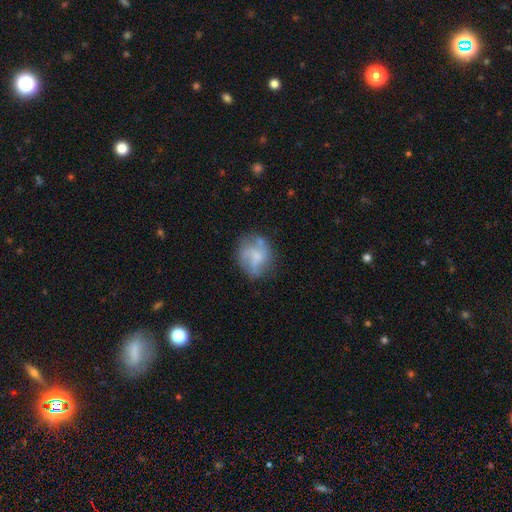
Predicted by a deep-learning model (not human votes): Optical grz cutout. It shows a featured or disk galaxy (51%). Merging: none (56%).